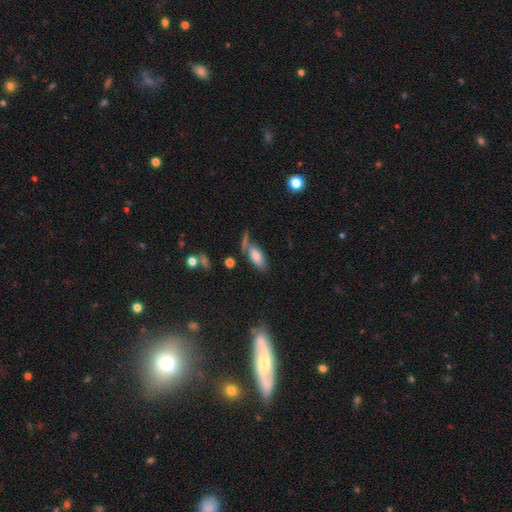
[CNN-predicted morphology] smooth-or-featured: smooth: 76% | featured or disk: 16% | star or artifact: 8%
  how-rounded: in between: 84% | cigar-shaped: 13% | round: 3%
  merging: none: 55% | minor disturbance: 19% | merger: 18% | major disturbance: 8%